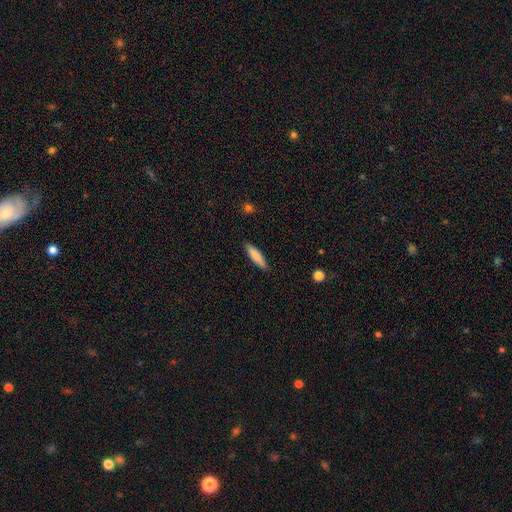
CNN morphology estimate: Smooth or featured? Predicted: smooth (p=0.79). How rounded? Predicted: cigar-shaped (p=0.76). Merging? Predicted: none (p=0.88).